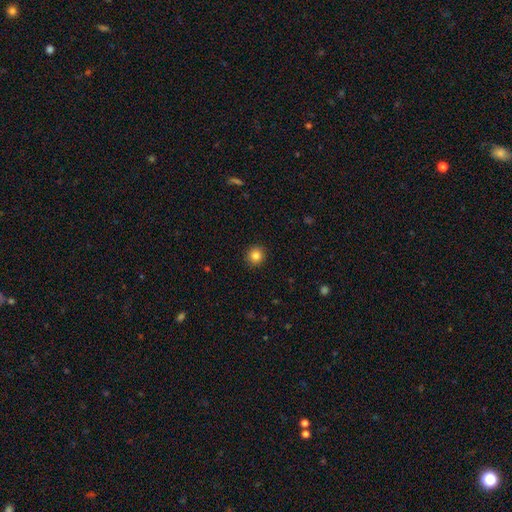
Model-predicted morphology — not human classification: smooth-or-featured: smooth: 84% | star or artifact: 11% | featured or disk: 6%
  how-rounded: round: 91% | in between: 8% | cigar-shaped: 1%
  merging: none: 92% | minor disturbance: 5% | major disturbance: 2% | merger: 1%